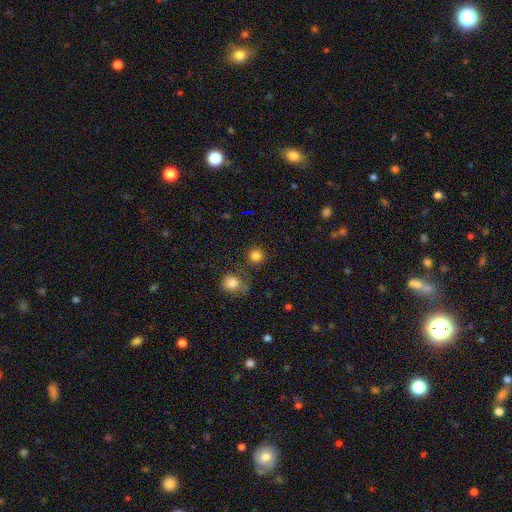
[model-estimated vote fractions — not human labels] Smooth or featured? Predicted: smooth (p=0.81). How rounded? Predicted: round (p=0.93). Merging? Predicted: none (p=0.78).